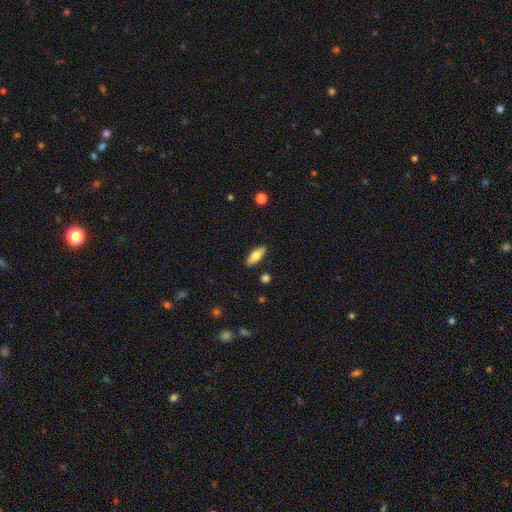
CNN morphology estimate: Overall: smooth (72%). How rounded: in between (76%). Merging: none (88%).